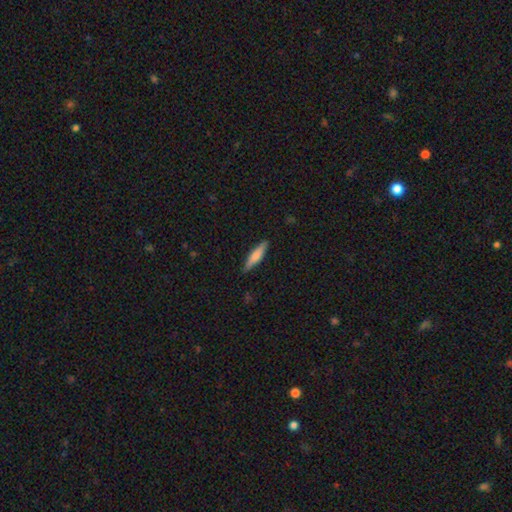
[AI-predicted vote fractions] Overall: smooth (71%). How rounded: cigar-shaped (80%). Merging: none (87%).